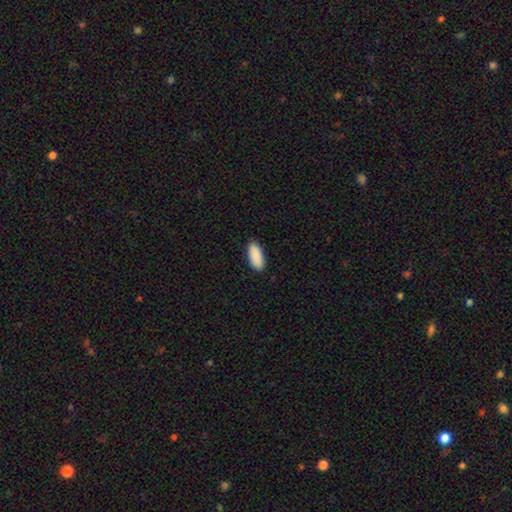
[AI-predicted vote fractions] smooth 91%, star or artifact 6%, featured or disk 3%. Down the decision tree: how rounded — in between (86%); merging — none (88%).